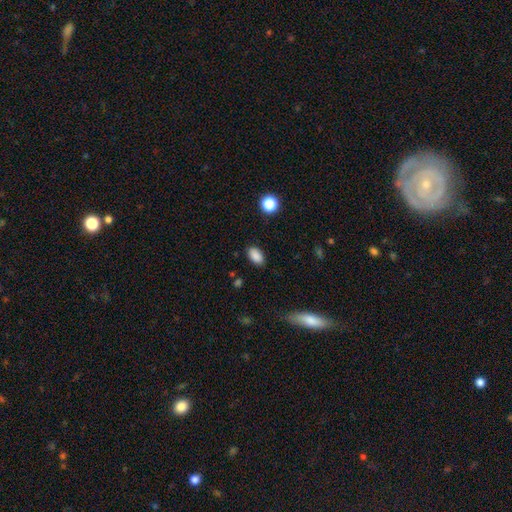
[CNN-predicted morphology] The model was most divided on "merging": none: 85%, minor disturbance: 11%, major disturbance: 3%, merger: 1%. More confident: how rounded — in between (90%); smooth or featured — smooth (87%).